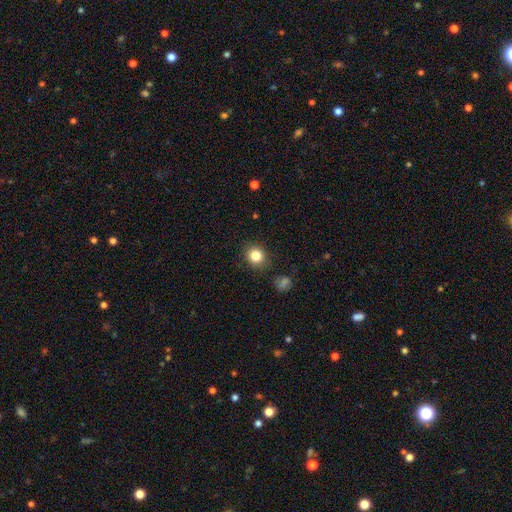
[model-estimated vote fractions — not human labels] A smooth galaxy with no disk features (83%) that is round (84%). Merging: none (88%).